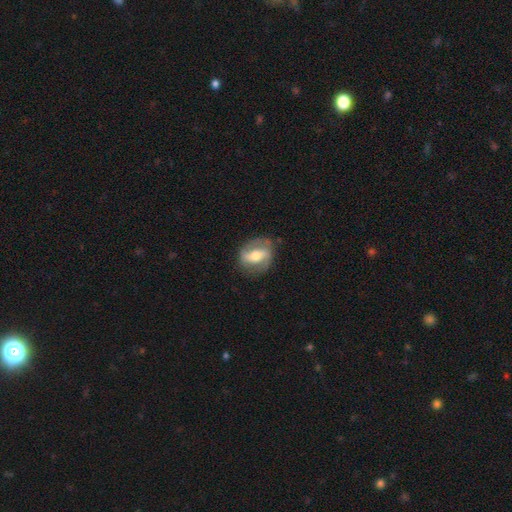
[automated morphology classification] featured or disk 65%, smooth 28%, star or artifact 6%. Down the decision tree: edge-on disk — no (93%); bar — strong (46%); spiral arms — yes (71%); bulge size — moderate (66%); merging — none (75%).